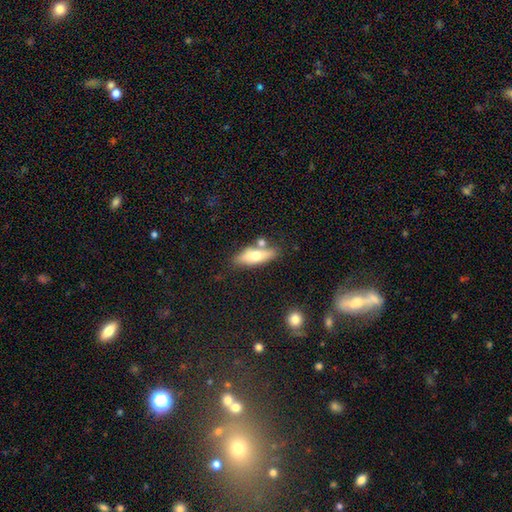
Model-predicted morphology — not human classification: smooth 59%, featured or disk 34%, star or artifact 7%. Down the decision tree: how rounded — in between (60%); merging — none (64%).